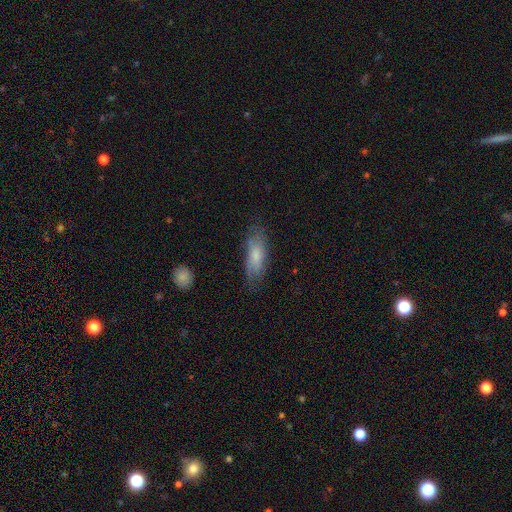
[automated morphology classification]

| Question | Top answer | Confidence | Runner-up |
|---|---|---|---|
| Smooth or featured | smooth | 70% | featured or disk (24%) |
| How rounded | in between | 68% | cigar-shaped (30%) |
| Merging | none | 68% | minor disturbance (23%) |